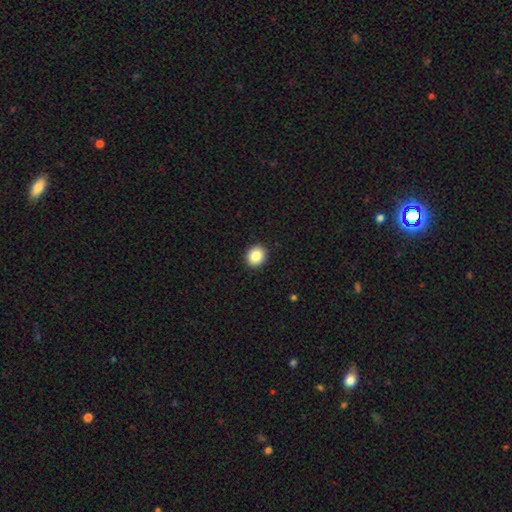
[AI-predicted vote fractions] Q: Smooth or featured?
A: smooth (85%); runner-up: star or artifact (9%)
Q: How rounded?
A: round (81%); runner-up: in between (18%)
Q: Merging?
A: none (93%); runner-up: minor disturbance (5%)